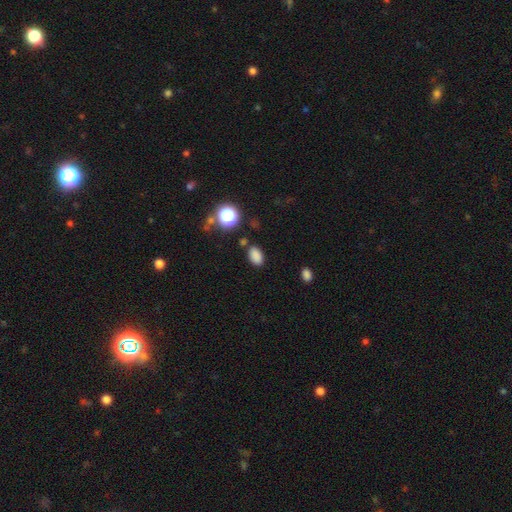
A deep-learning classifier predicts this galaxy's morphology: Smooth or featured?
  - smooth: 82% *
  - star or artifact: 14%
  - featured or disk: 4%
How rounded?
  - in between: 87% *
  - round: 12%
  - cigar-shaped: 2%
Merging?
  - none: 81% *
  - minor disturbance: 12%
  - merger: 4%
  - major disturbance: 3%